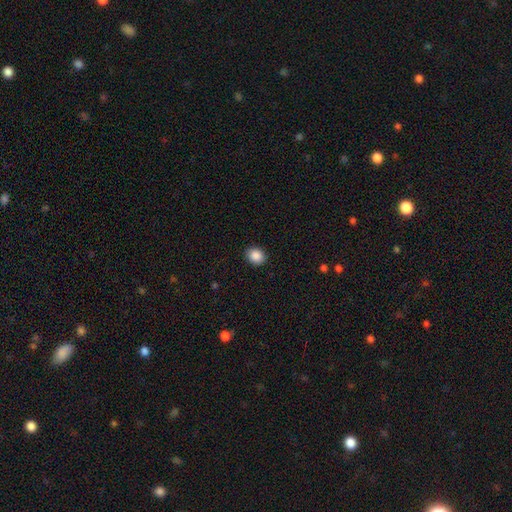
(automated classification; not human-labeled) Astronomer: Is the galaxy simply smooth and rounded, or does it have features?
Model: smooth — 88%.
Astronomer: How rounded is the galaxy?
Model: round — 56% (runner-up: in between, 43%).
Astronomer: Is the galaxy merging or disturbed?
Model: none — 90%.